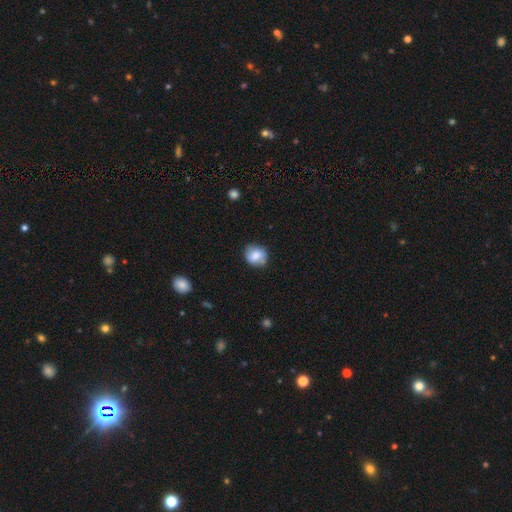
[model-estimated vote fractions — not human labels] Q: Smooth or featured?
A: smooth (75%); runner-up: featured or disk (17%)
Q: How rounded?
A: round (75%); runner-up: in between (24%)
Q: Merging?
A: none (76%); runner-up: minor disturbance (17%)